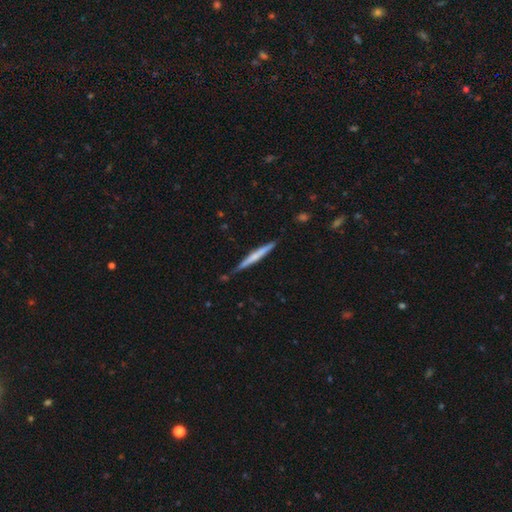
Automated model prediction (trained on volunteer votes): Smooth or featured: smooth — 48% (featured or disk — 46%)
Merging: none — 84% (minor disturbance — 12%)